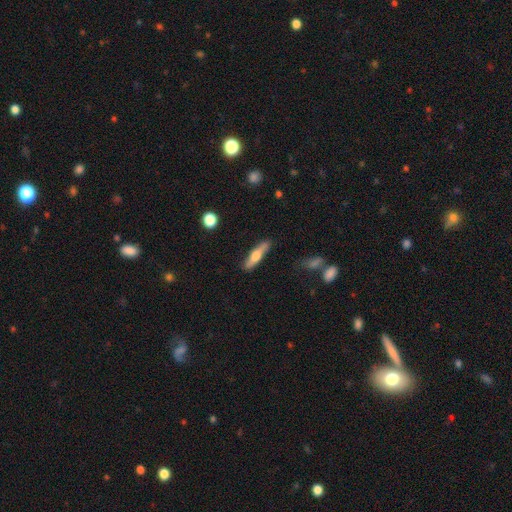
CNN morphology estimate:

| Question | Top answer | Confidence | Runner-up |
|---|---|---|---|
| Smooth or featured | smooth | 52% | featured or disk (42%) |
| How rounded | cigar-shaped | 80% | in between (18%) |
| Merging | none | 84% | minor disturbance (11%) |